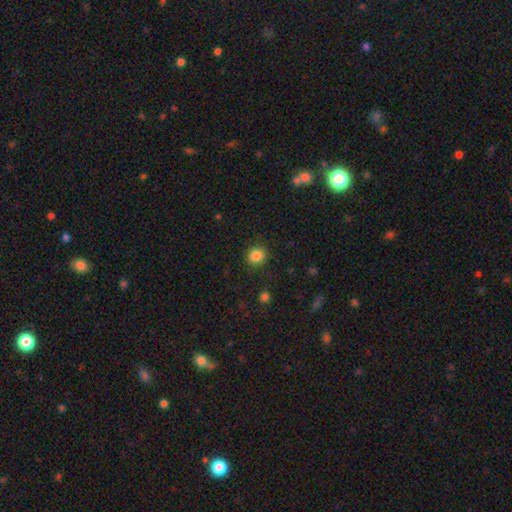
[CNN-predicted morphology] Q: Smooth or featured?
A: smooth (85%); runner-up: star or artifact (11%)
Q: How rounded?
A: round (88%); runner-up: in between (11%)
Q: Merging?
A: none (90%); runner-up: minor disturbance (7%)